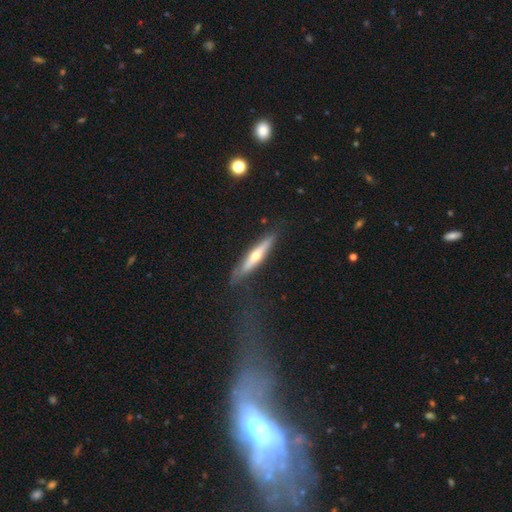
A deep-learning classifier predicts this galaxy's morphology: Q: Smooth or featured?
A: featured or disk (58%); runner-up: smooth (37%)
Q: Edge-on disk?
A: yes (90%); runner-up: no (10%)
Q: Edge-on bulge?
A: rounded (85%); runner-up: none (12%)
Q: Merging?
A: none (79%); runner-up: minor disturbance (15%)